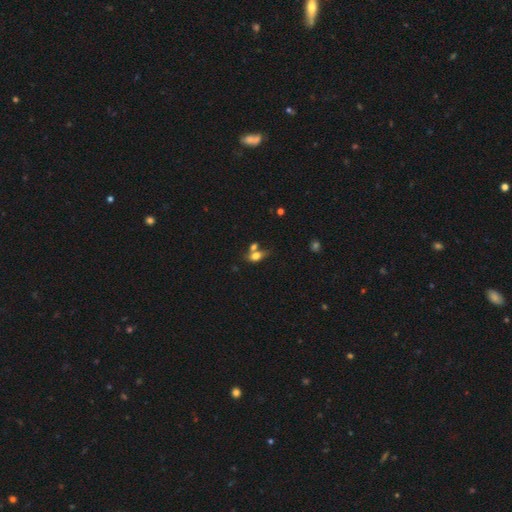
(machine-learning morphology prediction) Overall: smooth (70%). How rounded: in between (78%). Merging: none (41%; merger 39%).